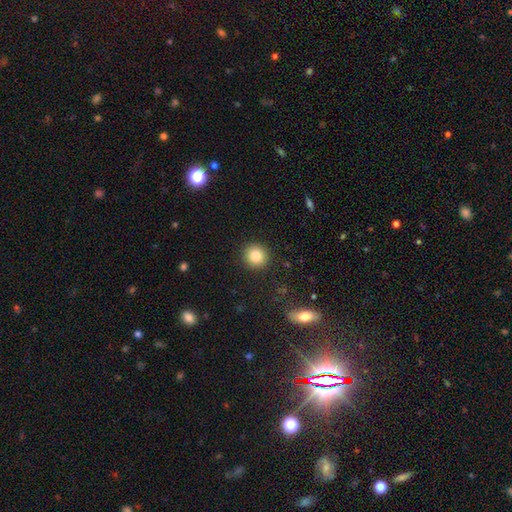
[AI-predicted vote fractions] A smooth galaxy with no disk features (83%) that is round (90%).

Vote fractions:
- Smooth or featured? smooth: 83% / star or artifact: 10% / featured or disk: 7%
- How rounded? round: 90% / in between: 9% / cigar-shaped: 1%
- Merging? none: 91% / minor disturbance: 6% / major disturbance: 2% / merger: 1%